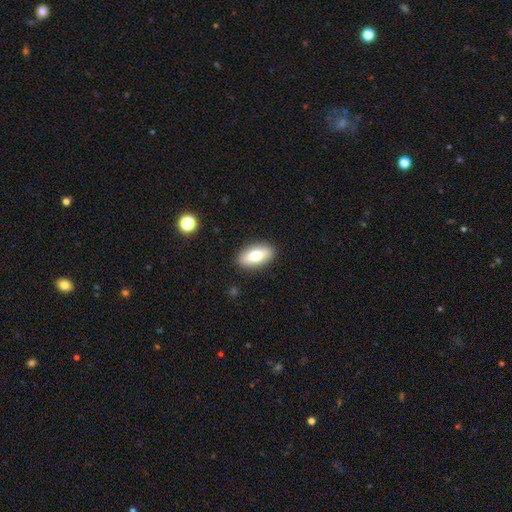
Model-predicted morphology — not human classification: A smooth galaxy with no disk features (71%) that is in between round and cigar-shaped (89%). Merging: none (89%).